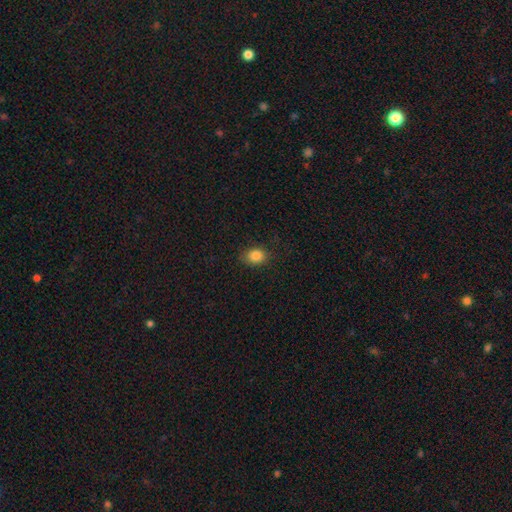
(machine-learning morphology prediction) A smooth galaxy with no disk features (85%) that is in between round and cigar-shaped (61%). Merging: none (83%).